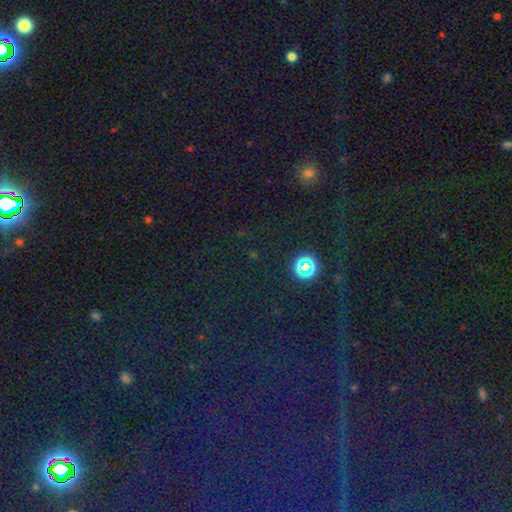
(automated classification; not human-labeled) star or artifact 70%, smooth 23%, featured or disk 8%.